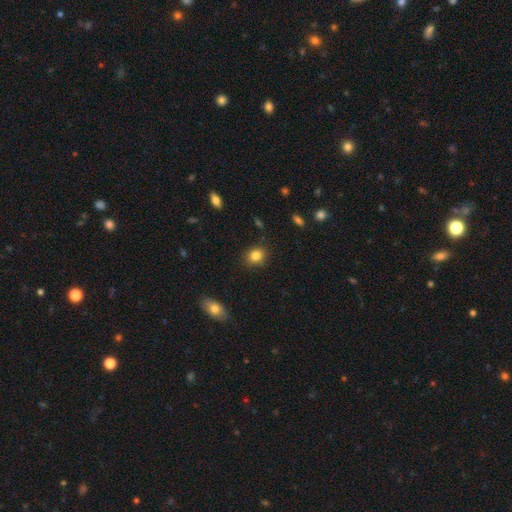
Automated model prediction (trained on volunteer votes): Morphology: type=smooth (84%); roundness=round (64%); merging=none (87%).